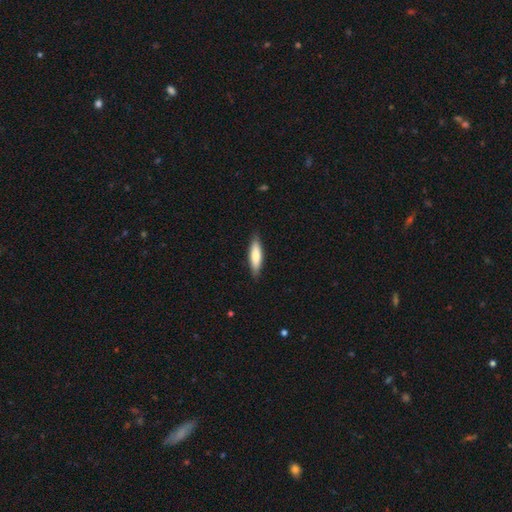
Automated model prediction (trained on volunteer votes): This is likely a smooth galaxy (76%). How rounded: likely cigar-shaped (67%). Merging: clearly none (87%).